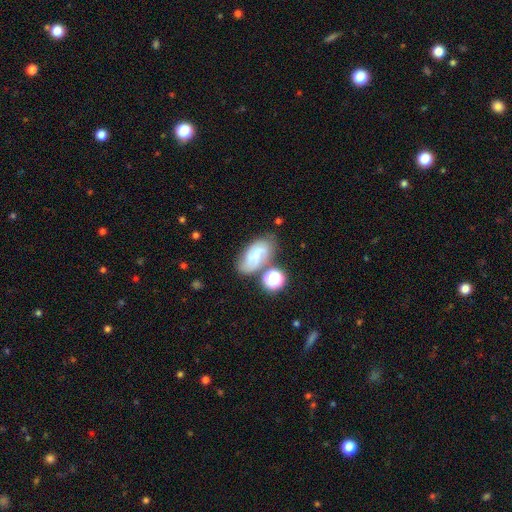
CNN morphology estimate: The model was most divided on "smooth or featured": featured or disk: 45%, smooth: 42%, star or artifact: 13%. More confident: merging — none (54%).